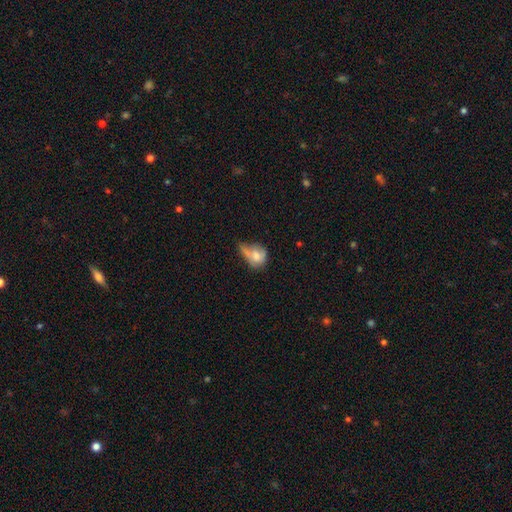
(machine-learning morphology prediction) Smooth or featured?
  - smooth: 63% *
  - featured or disk: 27%
  - star or artifact: 10%
How rounded?
  - in between: 61% *
  - round: 36%
  - cigar-shaped: 3%
Merging?
  - major disturbance: 36% *
  - minor disturbance: 29%
  - none: 23%
  - merger: 13%